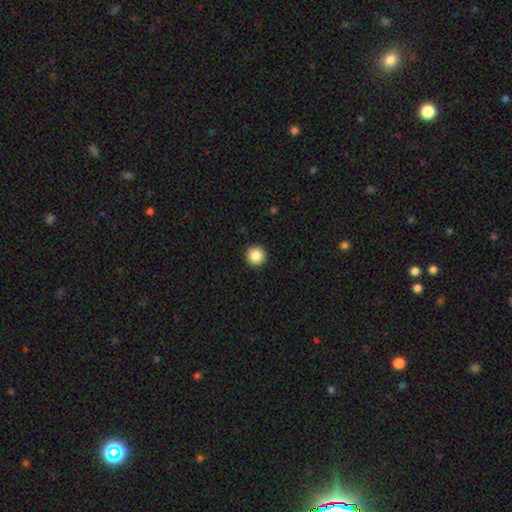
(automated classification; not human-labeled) smooth-or-featured: smooth: 88% | star or artifact: 9% | featured or disk: 3%
  how-rounded: round: 96% | in between: 3% | cigar-shaped: 1%
  merging: none: 93% | minor disturbance: 4% | major disturbance: 1% | merger: 1%